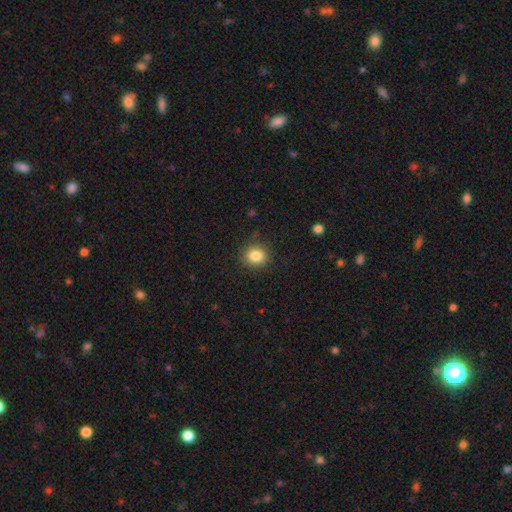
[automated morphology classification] smooth-or-featured: smooth: 84% | star or artifact: 10% | featured or disk: 5%
  how-rounded: round: 78% | in between: 21% | cigar-shaped: 1%
  merging: none: 87% | minor disturbance: 9% | major disturbance: 3% | merger: 1%